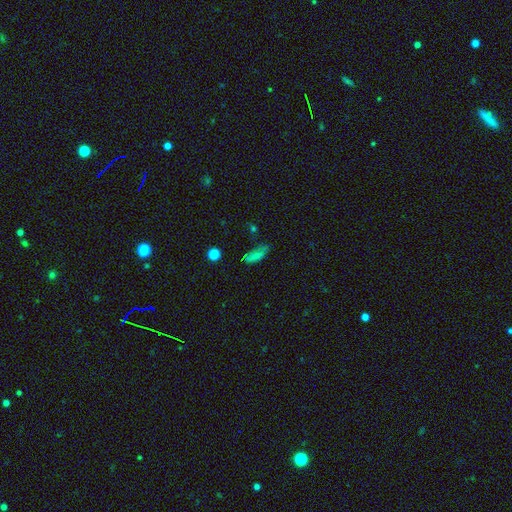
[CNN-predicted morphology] Smooth or featured?
  - smooth: 75% *
  - star or artifact: 14%
  - featured or disk: 11%
How rounded?
  - in between: 68% *
  - cigar-shaped: 28%
  - round: 4%
Merging?
  - none: 61% *
  - minor disturbance: 26%
  - major disturbance: 9%
  - merger: 4%